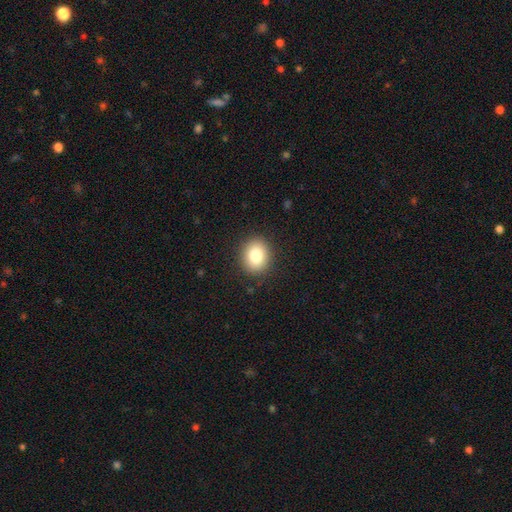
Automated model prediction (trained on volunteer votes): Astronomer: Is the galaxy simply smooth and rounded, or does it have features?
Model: smooth — 84%.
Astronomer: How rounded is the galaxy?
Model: round — 58% (runner-up: in between, 41%).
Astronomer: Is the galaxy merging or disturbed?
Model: none — 89%.